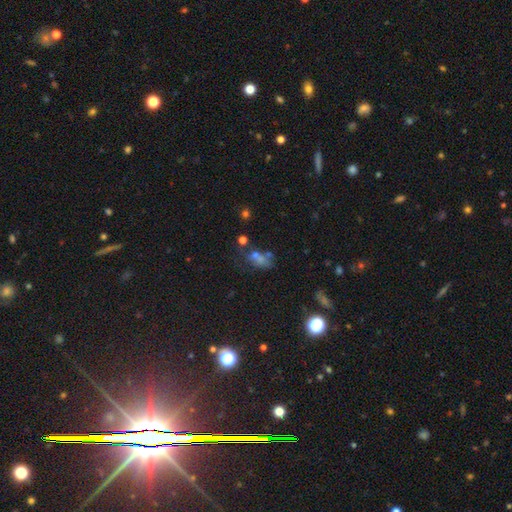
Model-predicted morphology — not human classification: smooth_or_featured: star or artifact (p=0.42) [alt: smooth p=0.39]